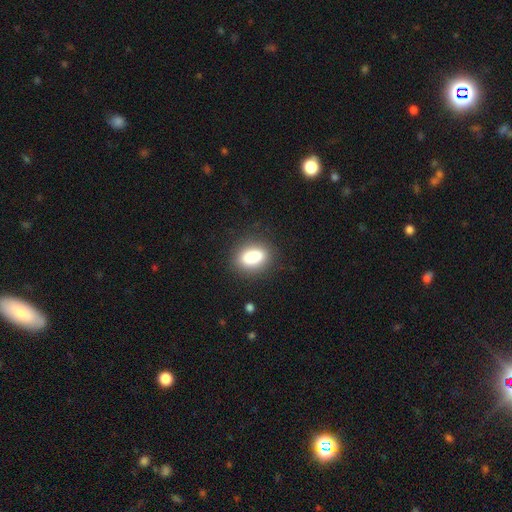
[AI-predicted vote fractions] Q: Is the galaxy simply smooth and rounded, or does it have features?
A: smooth — 83%.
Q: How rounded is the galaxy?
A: in between — 81%.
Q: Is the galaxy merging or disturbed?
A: none — 84%.